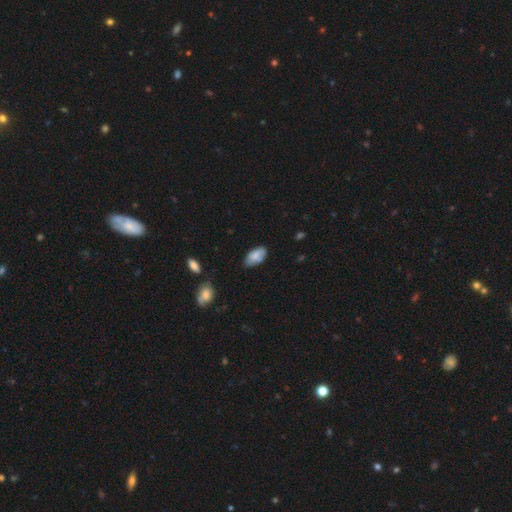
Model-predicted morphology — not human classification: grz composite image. It shows a smooth galaxy with no disk features (73%) that is in between round and cigar-shaped (94%). Merging: none (67%).